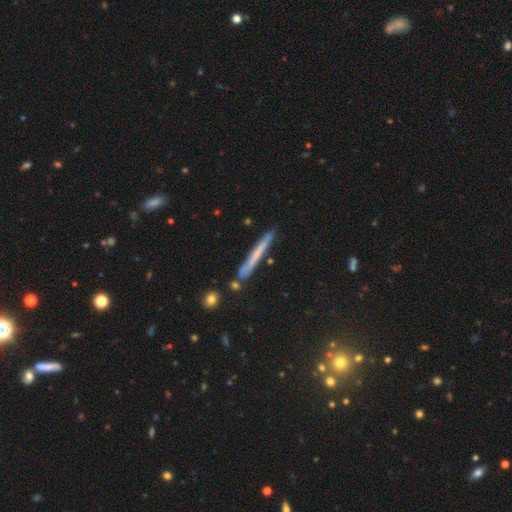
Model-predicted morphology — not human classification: smooth-or-featured: smooth: 49% | featured or disk: 42% | star or artifact: 9%
  merging: none: 85% | minor disturbance: 10% | merger: 3% | major disturbance: 2%